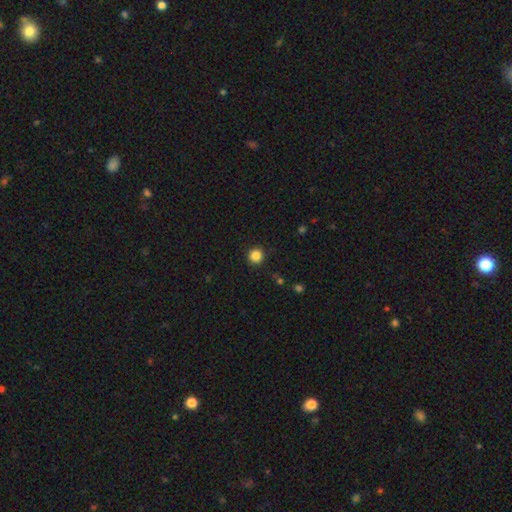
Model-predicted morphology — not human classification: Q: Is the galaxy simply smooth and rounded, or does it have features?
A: smooth — 85%.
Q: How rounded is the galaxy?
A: round — 94%.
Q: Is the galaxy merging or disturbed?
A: none — 91%.